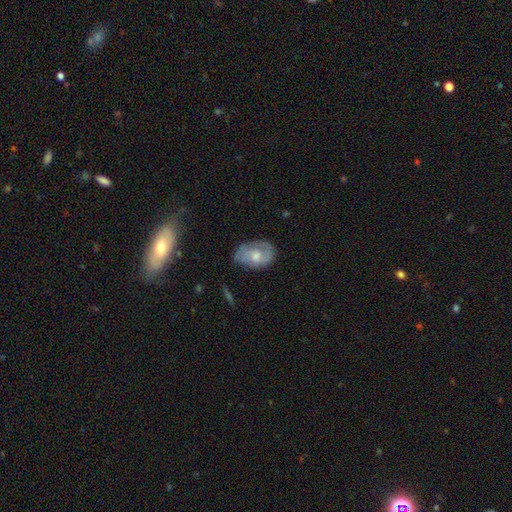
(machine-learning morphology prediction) featured or disk 51%, smooth 43%, star or artifact 7%. Down the decision tree: edge-on disk — no (94%); merging — none (60%).